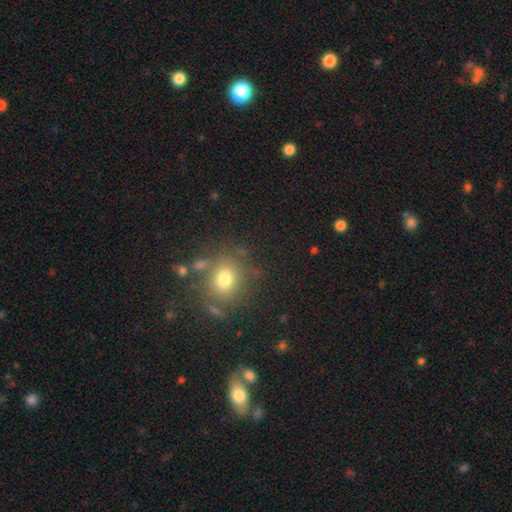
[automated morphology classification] This appears to be a smooth galaxy with no disk features (56%) that is round (80%). Merging: none (75%).